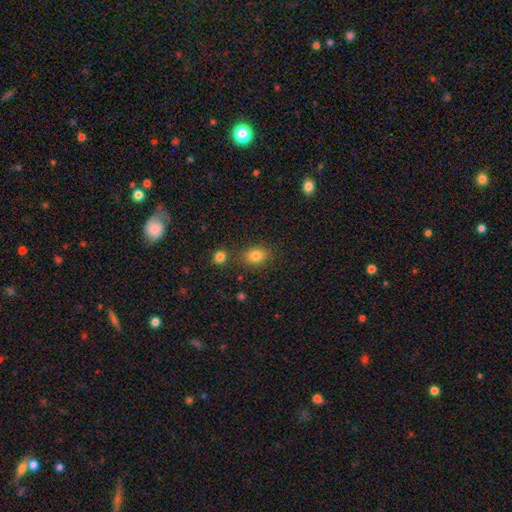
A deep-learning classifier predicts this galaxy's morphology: A smooth galaxy with no disk features (83%) that is in between round and cigar-shaped (59%). Merging: none (76%).